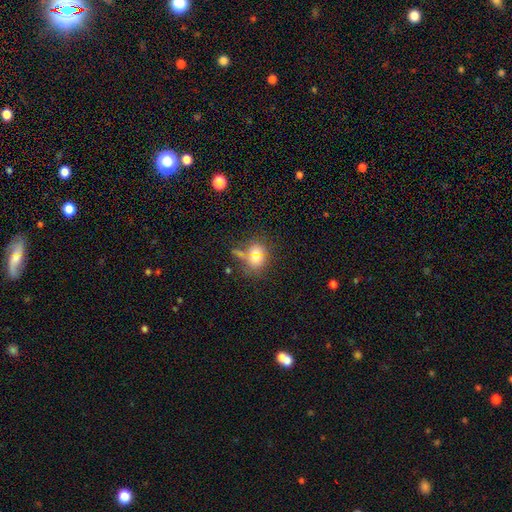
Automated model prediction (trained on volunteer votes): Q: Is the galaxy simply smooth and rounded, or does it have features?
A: smooth — 71%.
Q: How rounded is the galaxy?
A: round — 56%.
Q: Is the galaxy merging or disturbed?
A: none — 53%.